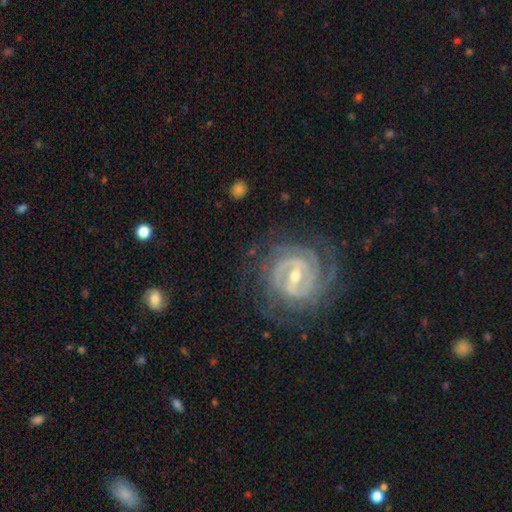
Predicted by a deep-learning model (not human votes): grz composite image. It shows a featured or disk galaxy (83%) with a weak bar (43%), 2 (43%) tight (71%) spiral arms (96%) and a small central bulge (57%). Merging: none (79%).